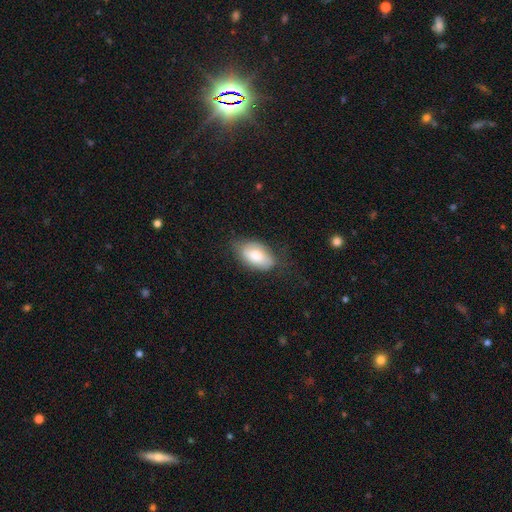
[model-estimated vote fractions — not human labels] Smooth or featured: smooth — 75% (featured or disk — 19%)
How rounded: in between — 93% (round — 4%)
Merging: none — 67% (minor disturbance — 25%)